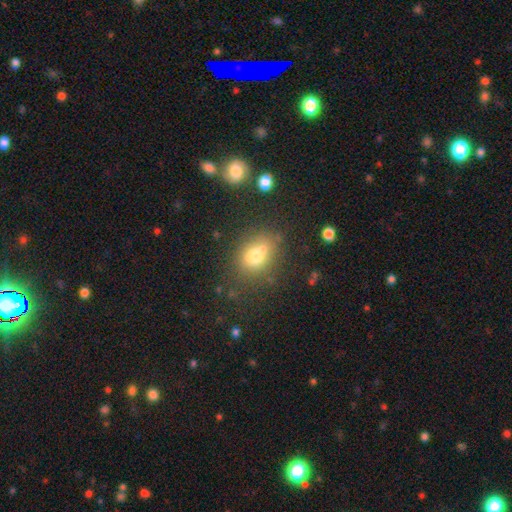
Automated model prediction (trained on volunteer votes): A smooth galaxy with no disk features (72%) that is in between round and cigar-shaped (51%).

Vote fractions:
- Smooth or featured? smooth: 72% / featured or disk: 15% / star or artifact: 13%
- How rounded? in between: 51% / round: 48% / cigar-shaped: 1%
- Merging? none: 58% / merger: 19% / minor disturbance: 17% / major disturbance: 7%